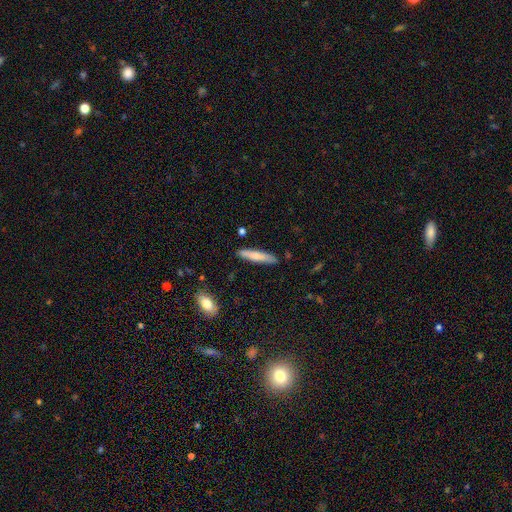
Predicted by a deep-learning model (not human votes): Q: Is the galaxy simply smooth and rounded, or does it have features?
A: smooth — 68%.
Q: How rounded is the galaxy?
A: cigar-shaped — 87%.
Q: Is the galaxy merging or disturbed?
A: none — 87%.